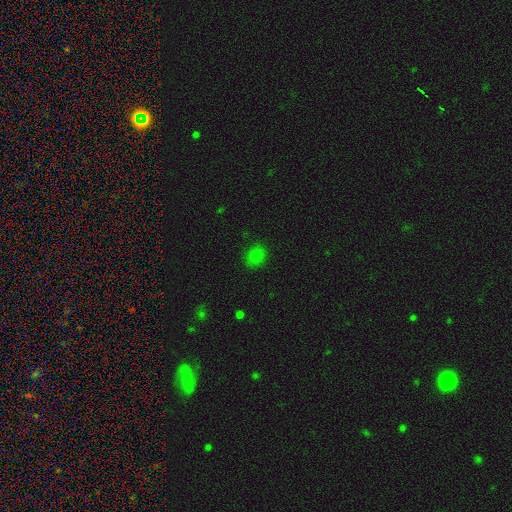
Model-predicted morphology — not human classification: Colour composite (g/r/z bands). It shows a smooth galaxy with no disk features (79%) that is round (52%). Merging: none (84%).